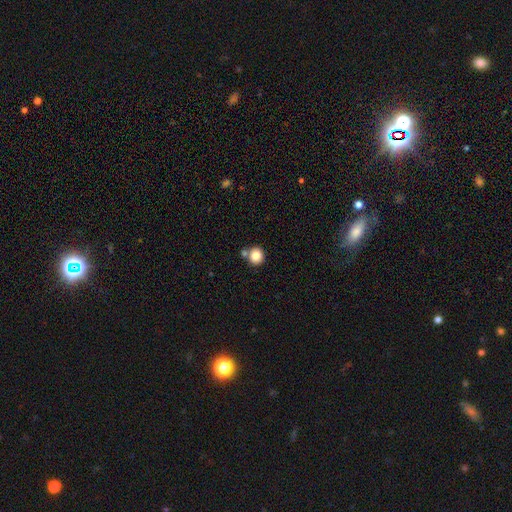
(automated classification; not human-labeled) A smooth galaxy with no disk features (83%) that is round (90%). Merging: none (68%).